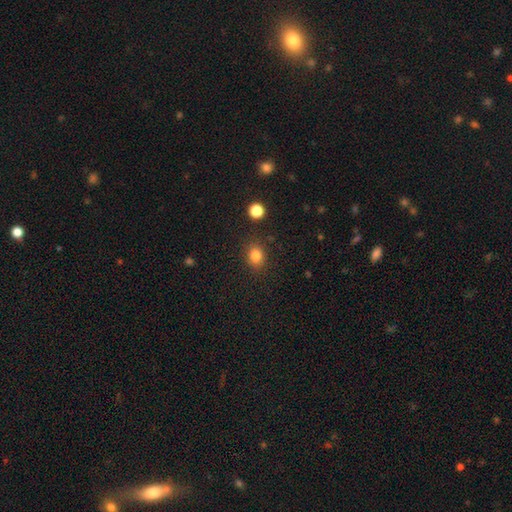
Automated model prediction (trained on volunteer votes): smooth_or_featured: smooth (p=0.82) [alt: star or artifact p=0.12]
how_rounded: round (p=0.59) [alt: in between p=0.40]
merging: none (p=0.86) [alt: minor disturbance p=0.09]